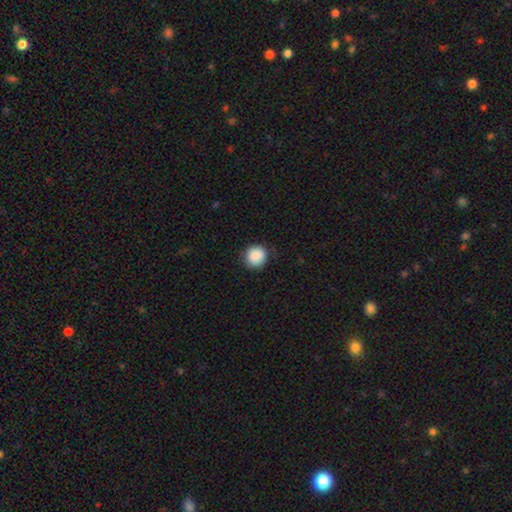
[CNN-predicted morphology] Smooth or featured?
  - smooth: 89% *
  - star or artifact: 8%
  - featured or disk: 3%
How rounded?
  - round: 89% *
  - in between: 10%
  - cigar-shaped: 1%
Merging?
  - none: 84% *
  - minor disturbance: 12%
  - major disturbance: 3%
  - merger: 1%